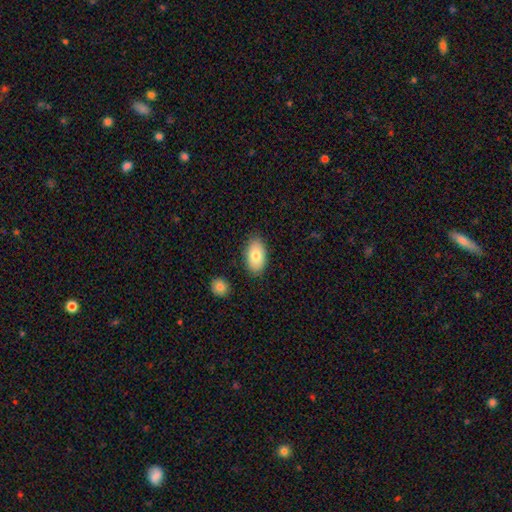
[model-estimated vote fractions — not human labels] Smooth or featured: smooth — 79% (featured or disk — 14%)
How rounded: in between — 93% (round — 5%)
Merging: none — 84% (minor disturbance — 12%)